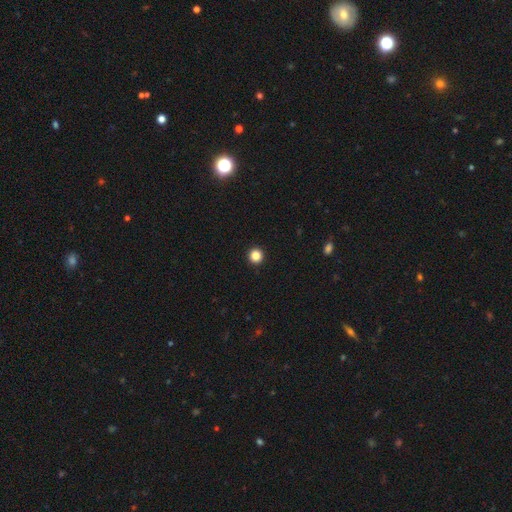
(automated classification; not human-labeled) Smooth or featured? Predicted: smooth (p=0.85). How rounded? Predicted: round (p=0.96). Merging? Predicted: none (p=0.94).